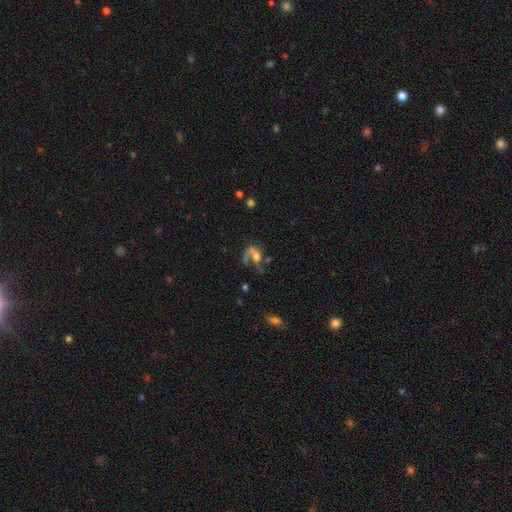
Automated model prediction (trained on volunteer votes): This appears to be a featured or disk galaxy (62%) with no bar (64%), spiral arms (71%) and a moderate central bulge (44%). Merging: major disturbance (45%).